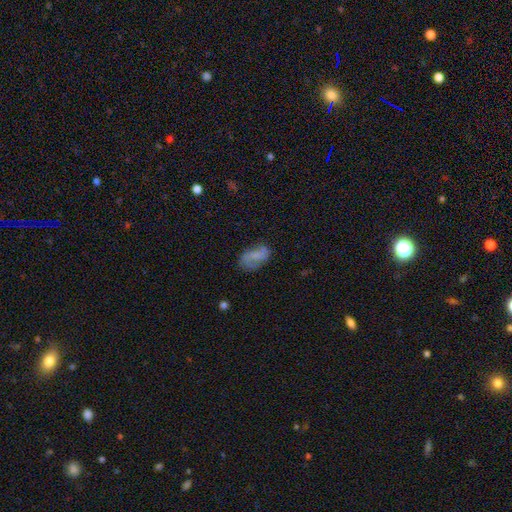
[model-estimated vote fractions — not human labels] Morphology: type=featured or disk (50%); edge-on=no (97%); merging=none (63%).